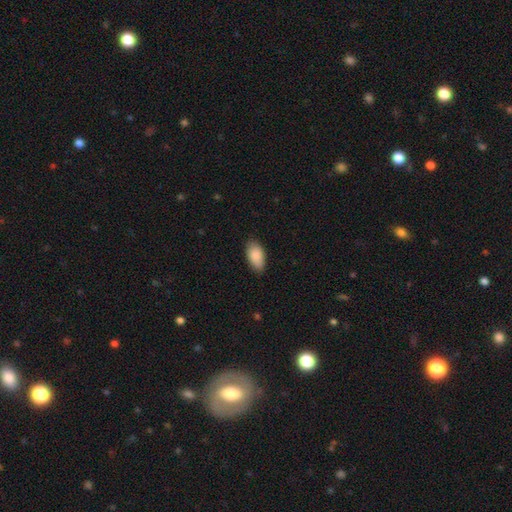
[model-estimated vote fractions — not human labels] This is clearly a smooth galaxy (87%). How rounded: clearly in between (94%). Merging: clearly none (82%).